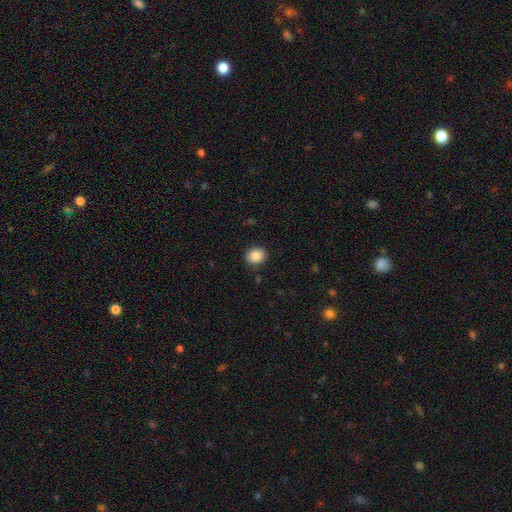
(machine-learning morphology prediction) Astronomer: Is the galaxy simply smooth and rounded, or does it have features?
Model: smooth — 87%.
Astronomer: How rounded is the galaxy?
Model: round — 70%.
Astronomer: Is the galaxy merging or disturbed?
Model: none — 88%.